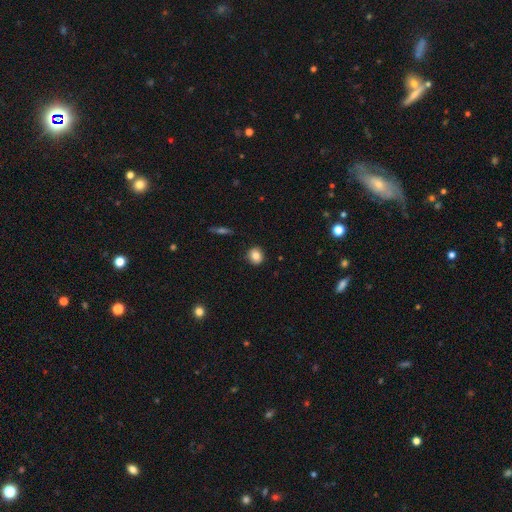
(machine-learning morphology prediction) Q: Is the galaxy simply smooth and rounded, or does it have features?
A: smooth — 83%.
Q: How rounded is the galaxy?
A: round — 84%.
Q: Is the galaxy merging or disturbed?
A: none — 90%.